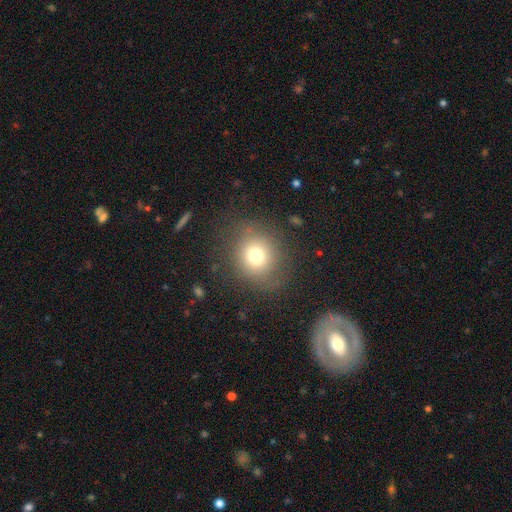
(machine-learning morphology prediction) Smooth or featured? Predicted: smooth (p=0.73). How rounded? Predicted: round (p=0.82). Merging? Predicted: none (p=0.76).